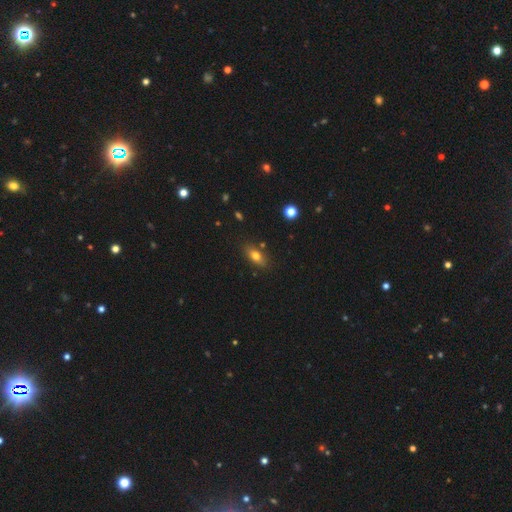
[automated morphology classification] smooth_or_featured: smooth (p=0.75) [alt: featured or disk p=0.16]
how_rounded: in between (p=0.81) [alt: cigar-shaped p=0.12]
merging: none (p=0.82) [alt: minor disturbance p=0.12]